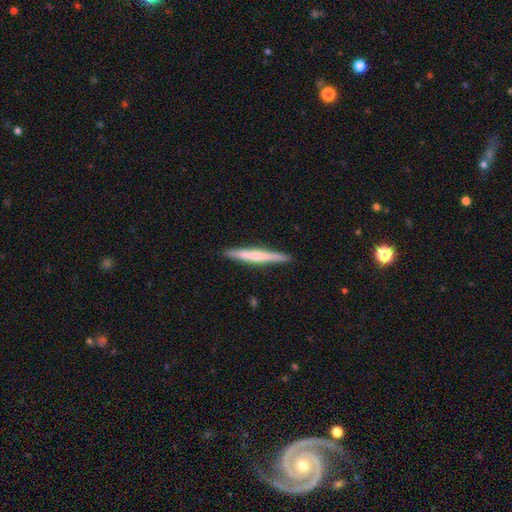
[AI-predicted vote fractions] Smooth or featured? Predicted: smooth (p=0.50). How rounded? Predicted: cigar-shaped (p=0.96). Merging? Predicted: none (p=0.91).